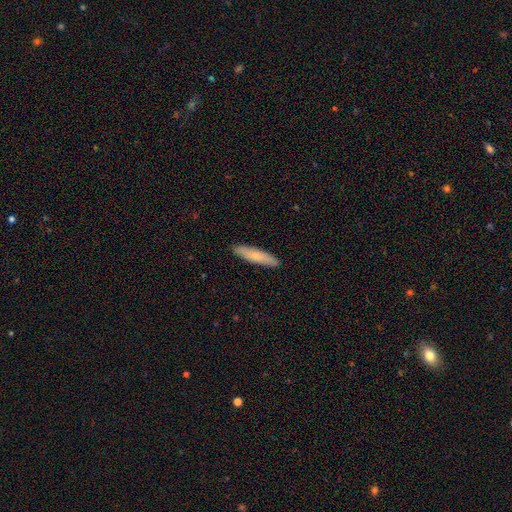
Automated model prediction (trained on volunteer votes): This appears to be a smooth galaxy with no disk features (74%) that is cigar-shaped (83%). Merging: none (90%).